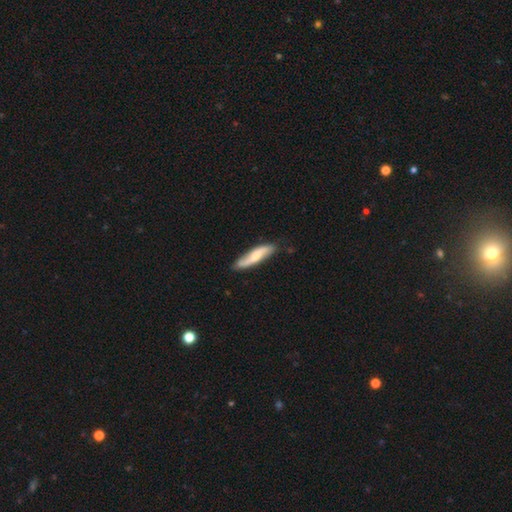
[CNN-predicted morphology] type=featured or disk (56%); edge-on=no (67%); merging=none (79%).